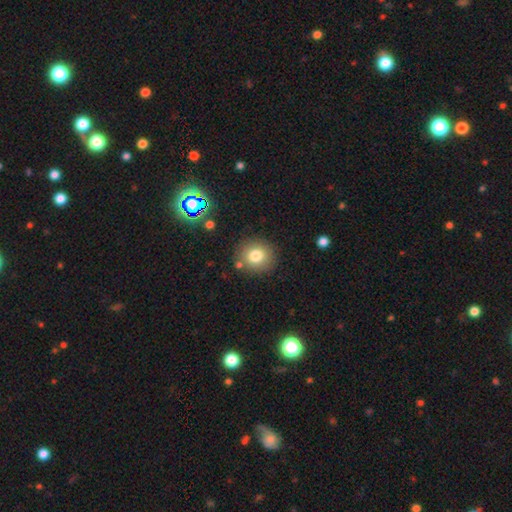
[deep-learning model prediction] Q: Smooth or featured?
A: smooth (79%); runner-up: star or artifact (12%)
Q: How rounded?
A: round (86%); runner-up: in between (13%)
Q: Merging?
A: none (84%); runner-up: minor disturbance (9%)